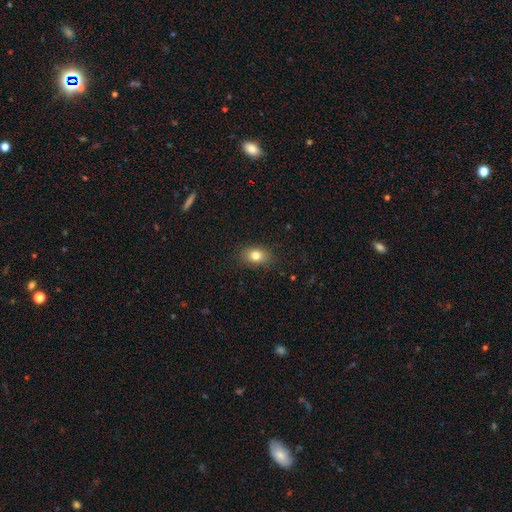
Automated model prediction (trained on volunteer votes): smooth_or_featured: smooth (p=0.81) [alt: star or artifact p=0.10]
how_rounded: in between (p=0.72) [alt: round p=0.27]
merging: none (p=0.85) [alt: minor disturbance p=0.11]